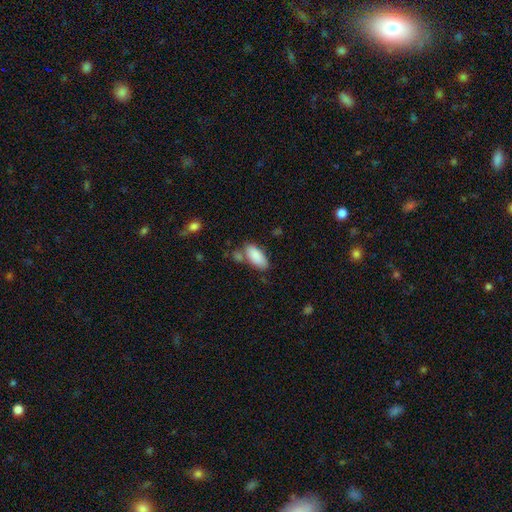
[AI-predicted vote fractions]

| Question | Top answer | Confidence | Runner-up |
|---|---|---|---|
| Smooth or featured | smooth | 87% | star or artifact (7%) |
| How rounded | in between | 88% | cigar-shaped (10%) |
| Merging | none | 62% | minor disturbance (19%) |